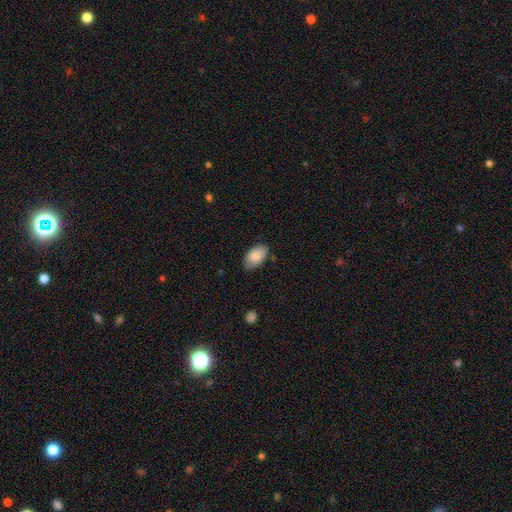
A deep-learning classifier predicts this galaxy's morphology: The model was most divided on "merging": none: 76%, minor disturbance: 19%, major disturbance: 3%, merger: 2%. More confident: how rounded — in between (93%); smooth or featured — smooth (86%).